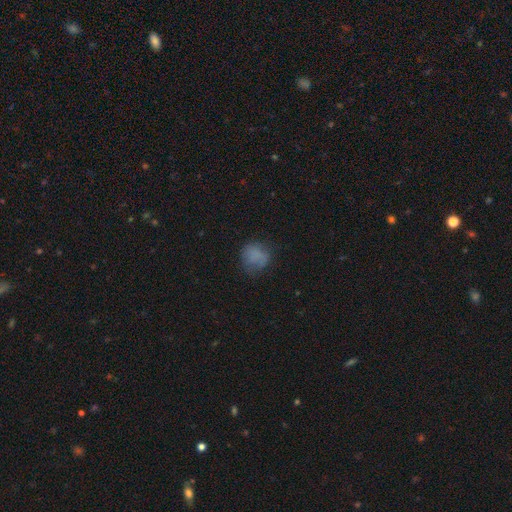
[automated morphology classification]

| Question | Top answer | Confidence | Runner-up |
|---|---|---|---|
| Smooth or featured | smooth | 75% | star or artifact (13%) |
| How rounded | round | 75% | in between (23%) |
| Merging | none | 61% | minor disturbance (24%) |